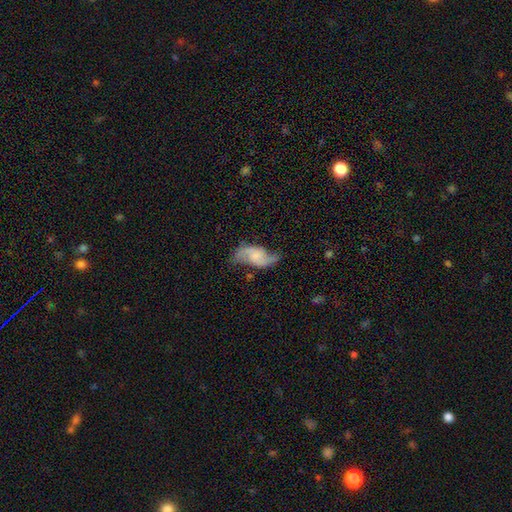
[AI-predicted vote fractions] Overall: featured or disk (76%). Edge-on disk: no (96%). Bar: no (56%; weak 35%). Spiral arms: yes (94%). Spiral arm count: 2 (91%). Spiral winding: loose (67%). Bulge size: small (38%; none 31%). Merging: none (65%).